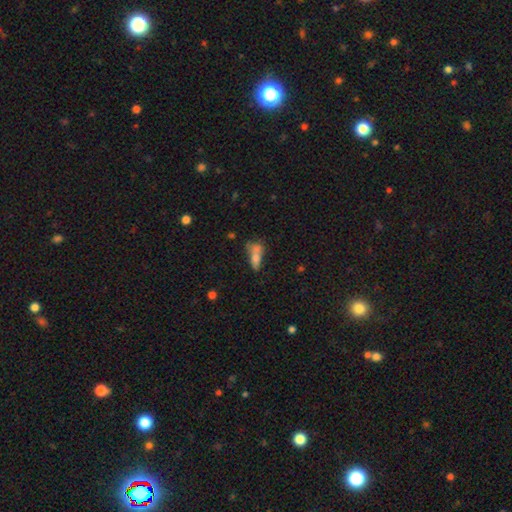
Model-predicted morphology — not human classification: Smooth or featured? Predicted: smooth (p=0.67). How rounded? Predicted: in between (p=0.70). Merging? Predicted: merger (p=0.44).